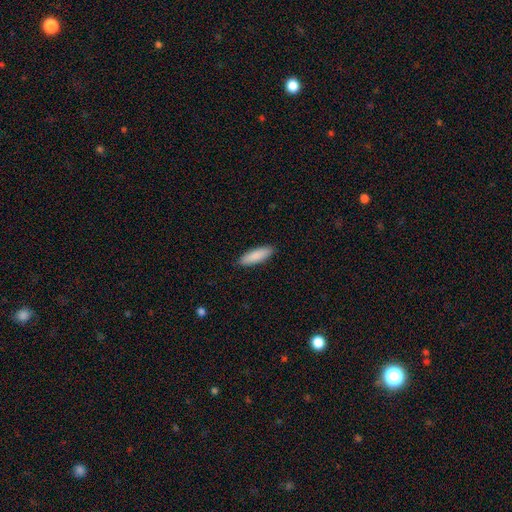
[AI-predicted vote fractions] Smooth or featured? Predicted: smooth (p=0.88). How rounded? Predicted: cigar-shaped (p=0.49, tied with in between). Merging? Predicted: none (p=0.90).